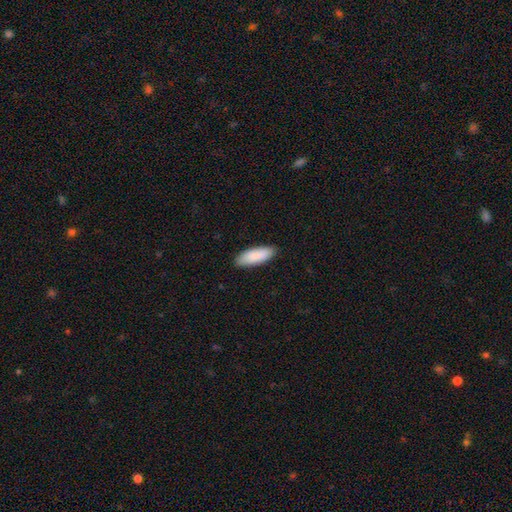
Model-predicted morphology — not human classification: This is clearly a smooth galaxy (89%). How rounded: likely in between (70%). Merging: clearly none (87%).